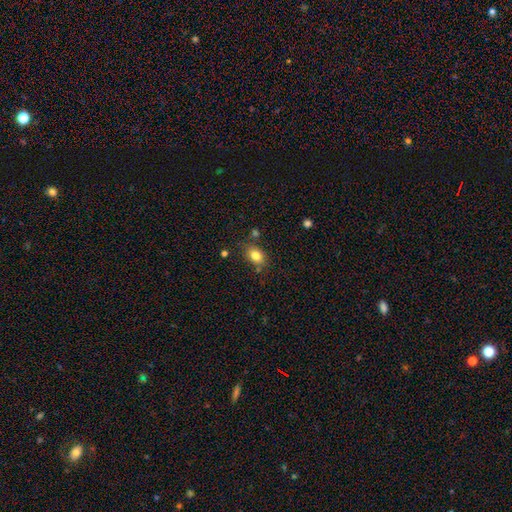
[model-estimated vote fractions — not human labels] A smooth galaxy with no disk features (81%) that is in between round and cigar-shaped (75%). Merging: none (75%).